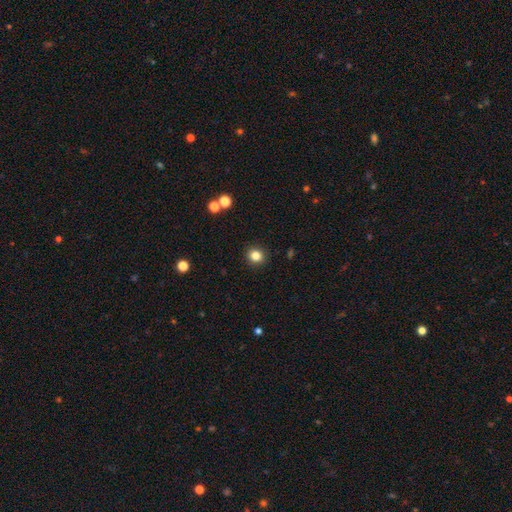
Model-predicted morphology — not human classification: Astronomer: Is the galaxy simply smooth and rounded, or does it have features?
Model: smooth — 84%.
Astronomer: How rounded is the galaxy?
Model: round — 86%.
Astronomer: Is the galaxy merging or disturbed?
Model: none — 92%.